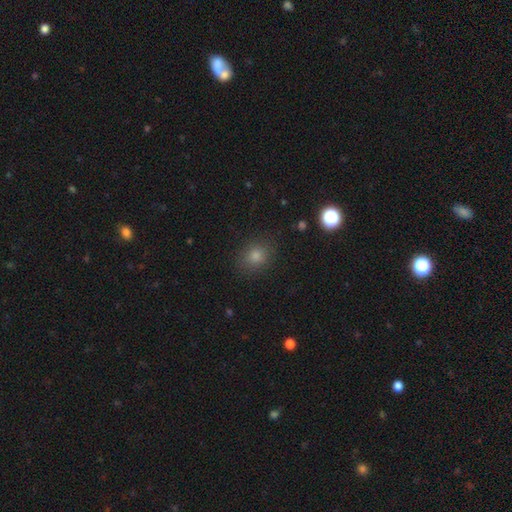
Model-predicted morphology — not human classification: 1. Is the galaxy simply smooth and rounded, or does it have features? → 75% smooth, 18% star or artifact, 7% featured or disk.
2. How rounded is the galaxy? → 61% round, 37% in between, 1% cigar-shaped.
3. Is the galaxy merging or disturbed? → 86% none, 10% minor disturbance, 3% major disturbance, 1% merger.